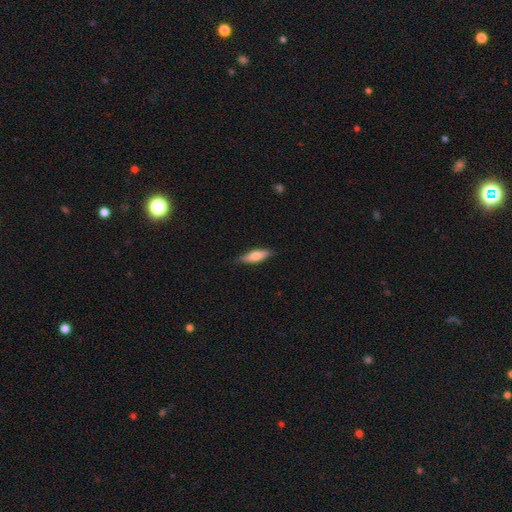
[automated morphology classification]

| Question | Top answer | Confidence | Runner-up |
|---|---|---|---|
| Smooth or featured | smooth | 65% | featured or disk (30%) |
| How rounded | cigar-shaped | 54% | in between (44%) |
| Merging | none | 83% | minor disturbance (14%) |